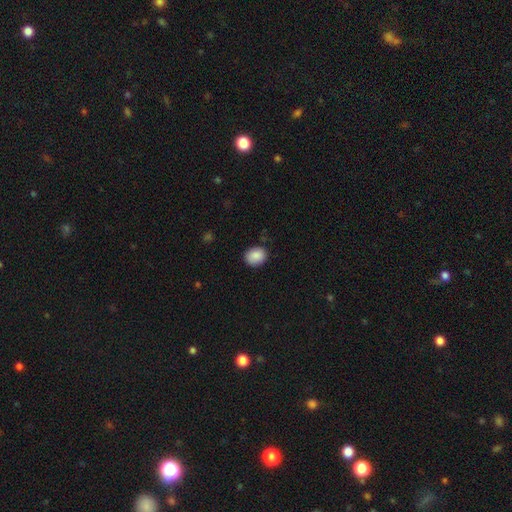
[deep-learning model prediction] This appears to be a smooth galaxy with no disk features (88%) that is round (57%). Merging: none (84%).